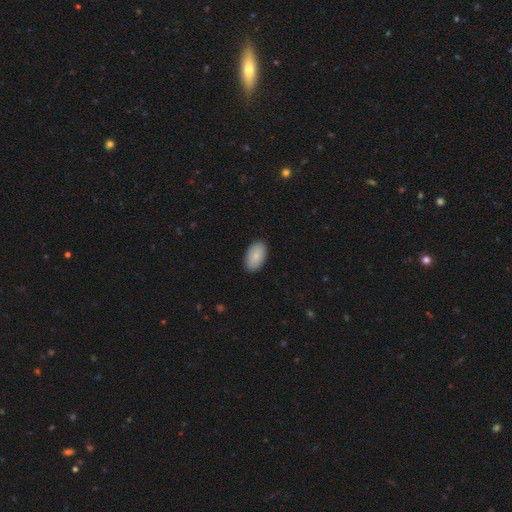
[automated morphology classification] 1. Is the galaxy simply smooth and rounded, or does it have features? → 86% smooth, 8% featured or disk, 6% star or artifact.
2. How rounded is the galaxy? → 95% in between, 4% round, 1% cigar-shaped.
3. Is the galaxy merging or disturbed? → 89% none, 8% minor disturbance, 2% major disturbance, 1% merger.